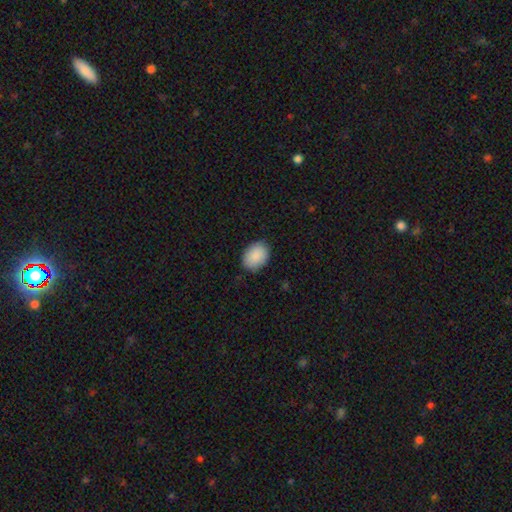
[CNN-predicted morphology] Smooth or featured? Predicted: smooth (p=0.90). How rounded? Predicted: in between (p=0.75). Merging? Predicted: none (p=0.84).